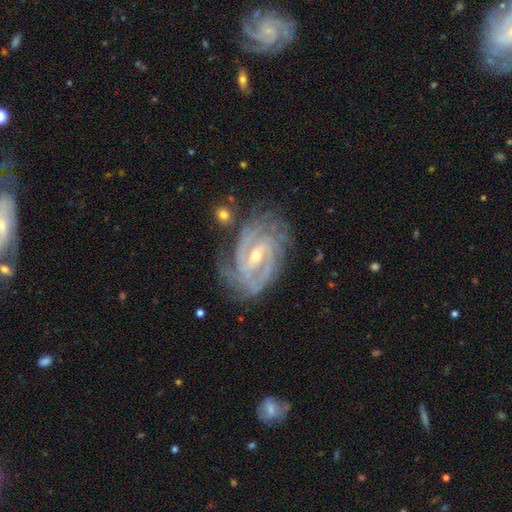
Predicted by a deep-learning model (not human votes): Smooth or featured? Predicted: featured or disk (p=0.91). Edge-on disk? Predicted: no (p=0.97). Bar? Predicted: weak (p=0.45). Spiral arms? Predicted: yes (p=0.98). Spiral winding? Predicted: tight (p=0.69). Spiral arm count? Predicted: 2 (p=0.25, tied with 3). Bulge size? Predicted: small (p=0.61). Merging? Predicted: none (p=0.72).